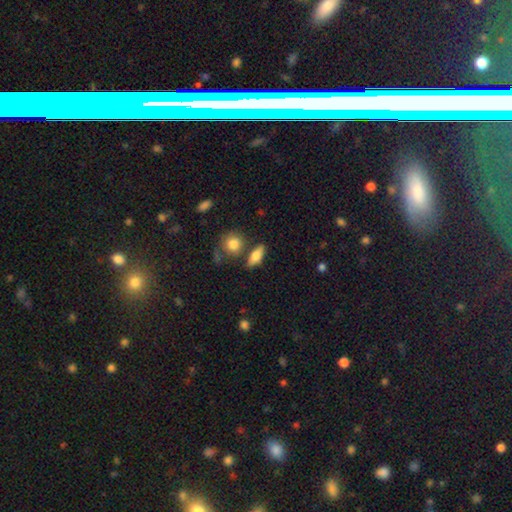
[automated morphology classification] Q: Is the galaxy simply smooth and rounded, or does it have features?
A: smooth — 75%.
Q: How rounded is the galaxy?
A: in between — 73%.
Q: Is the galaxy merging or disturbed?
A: none — 72%.